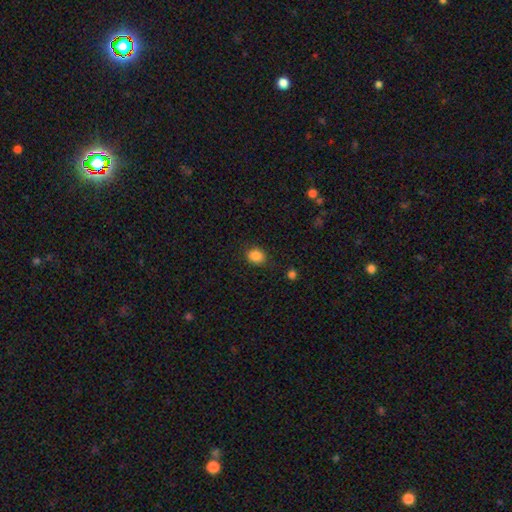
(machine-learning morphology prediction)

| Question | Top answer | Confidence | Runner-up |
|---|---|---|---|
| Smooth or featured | smooth | 86% | star or artifact (10%) |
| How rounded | round | 56% | in between (43%) |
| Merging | none | 85% | minor disturbance (10%) |